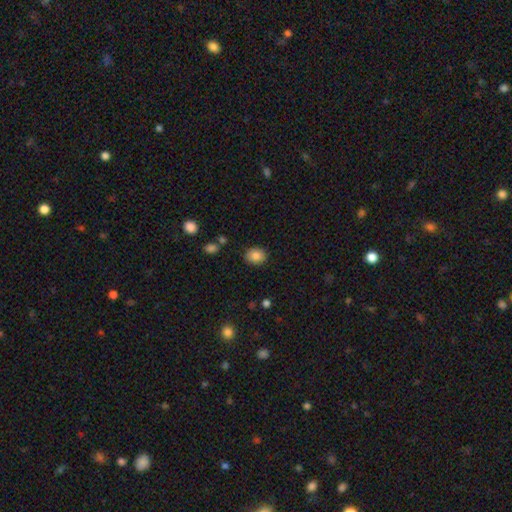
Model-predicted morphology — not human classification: This is clearly a smooth galaxy (85%). How rounded: possibly round (51%). Merging: clearly none (86%).